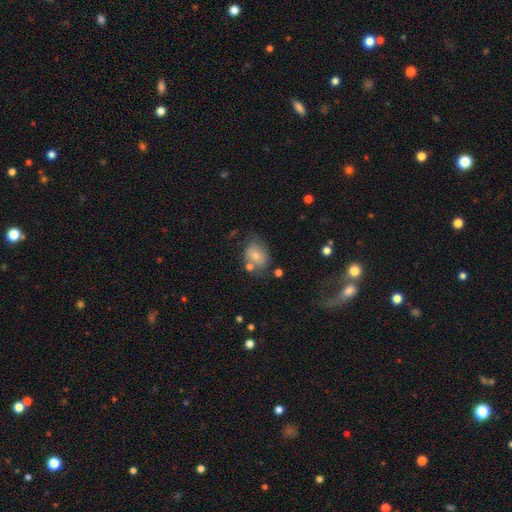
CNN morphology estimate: type=smooth (66%); roundness=in between (59%); merging=none (56%).